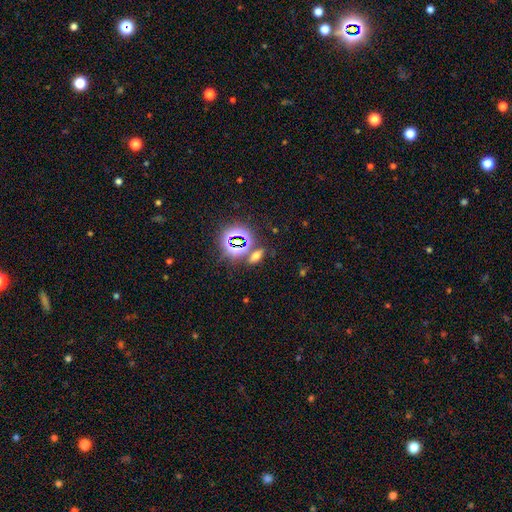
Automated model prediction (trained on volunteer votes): Smooth or featured? smooth (48%)
Merging? none (75%)